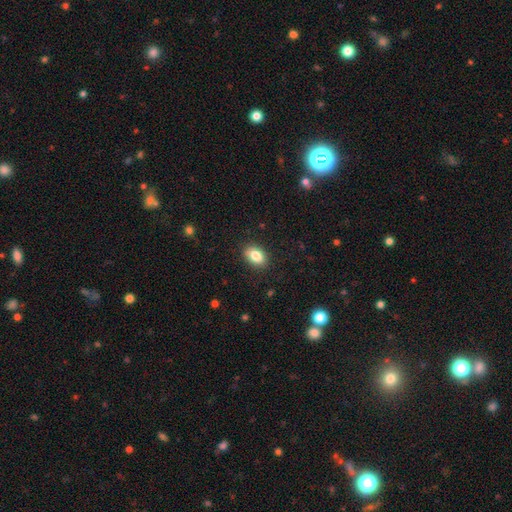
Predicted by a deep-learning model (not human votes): smooth_or_featured: smooth (p=0.84) [alt: star or artifact p=0.08]
how_rounded: in between (p=0.84) [alt: round p=0.14]
merging: none (p=0.87) [alt: minor disturbance p=0.10]